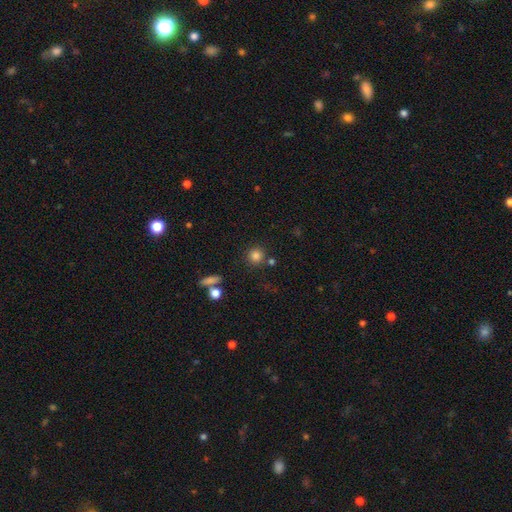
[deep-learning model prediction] A smooth galaxy with no disk features (82%) that is round (91%).

Vote fractions:
- Smooth or featured? smooth: 82% / star or artifact: 12% / featured or disk: 6%
- How rounded? round: 91% / in between: 7% / cigar-shaped: 1%
- Merging? none: 79% / minor disturbance: 9% / merger: 9% / major disturbance: 3%